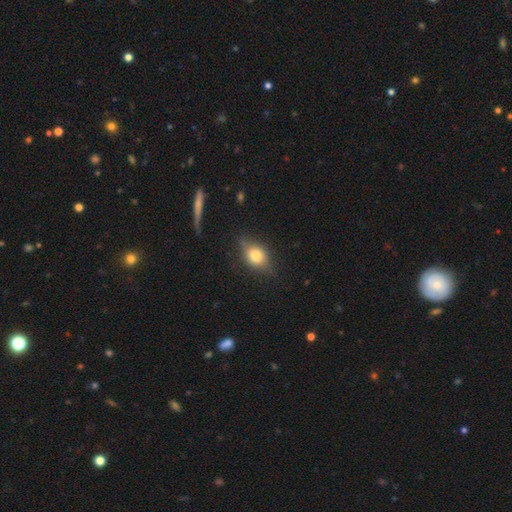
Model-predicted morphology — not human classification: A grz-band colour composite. It shows a smooth galaxy with no disk features (70%) that is in between round and cigar-shaped (63%). Merging: none (72%).